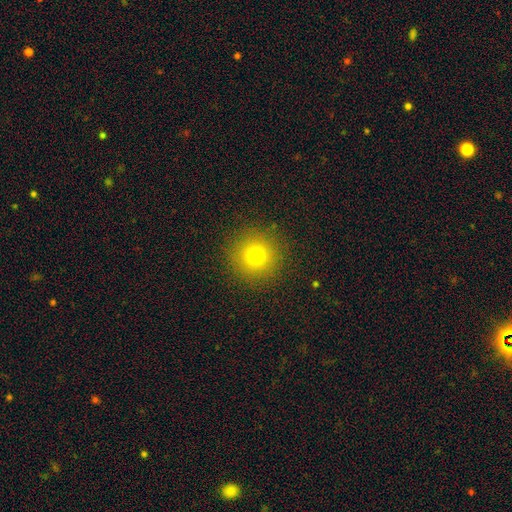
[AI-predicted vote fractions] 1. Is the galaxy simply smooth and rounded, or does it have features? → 76% smooth, 15% star or artifact, 9% featured or disk.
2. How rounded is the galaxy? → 95% round, 4% in between, 1% cigar-shaped.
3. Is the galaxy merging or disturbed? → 90% none, 6% minor disturbance, 3% major disturbance, 1% merger.